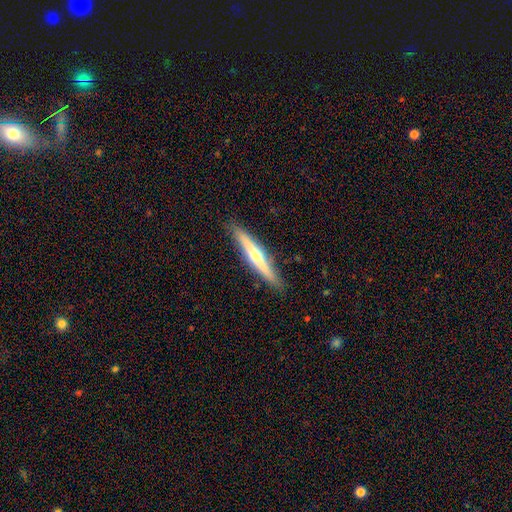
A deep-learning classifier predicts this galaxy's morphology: This appears to be a featured or disk galaxy (58%) viewed edge-on (95%) with a rounded central bulge (80%). Merging: none (89%).